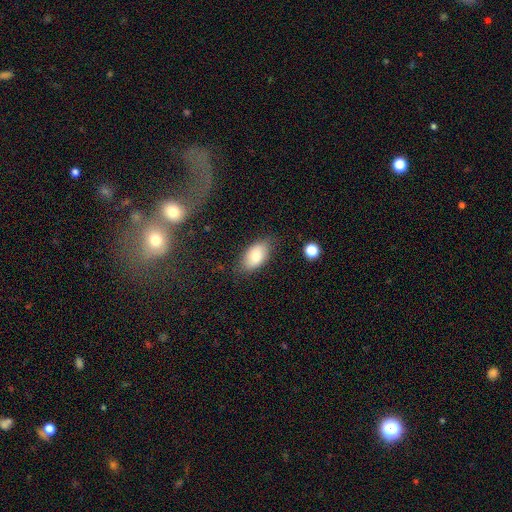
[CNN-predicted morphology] This appears to be a smooth galaxy with no disk features (83%) that is in between round and cigar-shaped (93%). Merging: none (77%).